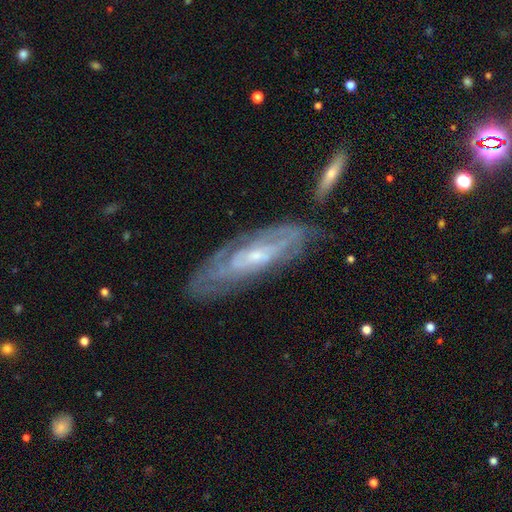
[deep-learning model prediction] Morphology: type=featured or disk (77%); edge-on=no (77%); bar=no (59%); spiral arms=yes (83%); bulge=small (69%); merging=none (73%).